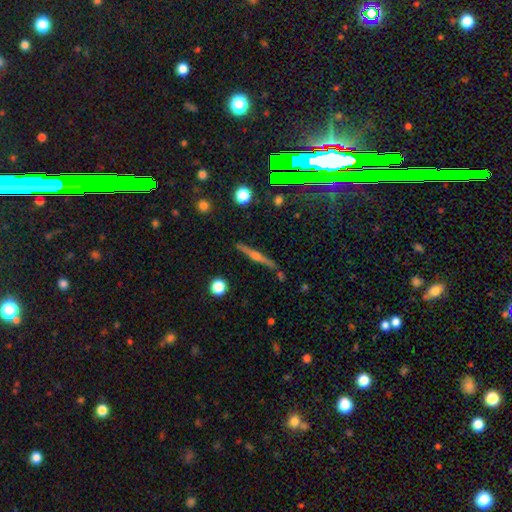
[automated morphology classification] Overall: featured or disk (68%). Edge-on disk: yes (95%). Edge-on bulge: rounded (81%). Merging: none (85%).